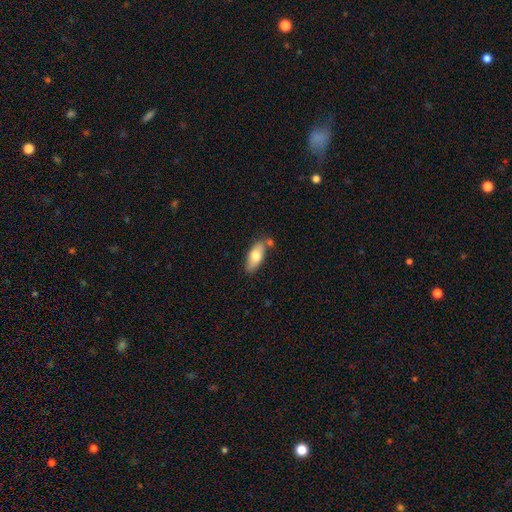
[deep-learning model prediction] smooth 71%, featured or disk 23%, star or artifact 6%. Down the decision tree: how rounded — in between (82%); merging — none (69%).